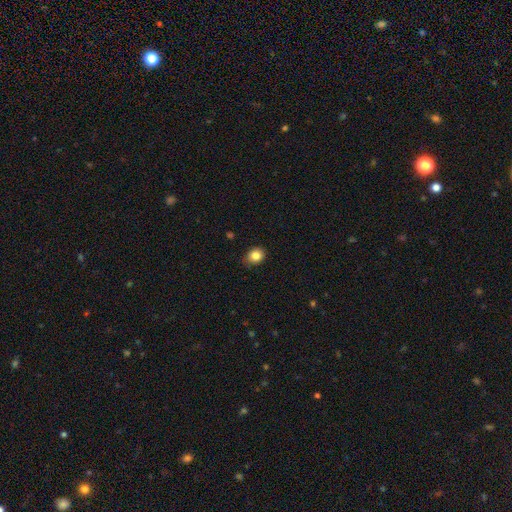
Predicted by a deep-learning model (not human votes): Smooth or featured? Predicted: smooth (p=0.83). How rounded? Predicted: round (p=0.63). Merging? Predicted: none (p=0.78).